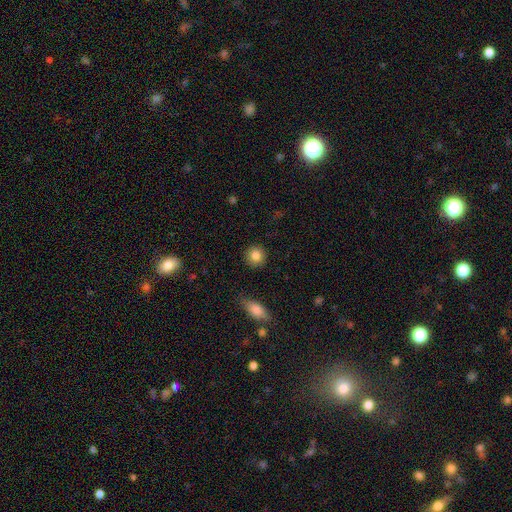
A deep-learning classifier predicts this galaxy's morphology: Q: Smooth or featured?
A: smooth (84%); runner-up: star or artifact (9%)
Q: How rounded?
A: round (91%); runner-up: in between (8%)
Q: Merging?
A: none (90%); runner-up: minor disturbance (7%)